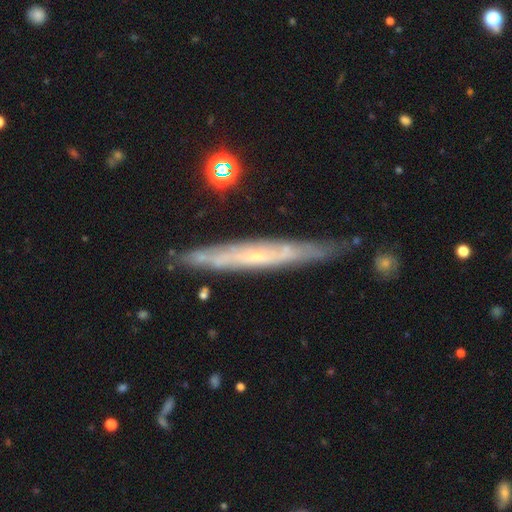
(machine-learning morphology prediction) This appears to be a featured or disk galaxy (75%) viewed edge-on (79%) with no central bulge (60%). Merging: none (79%).